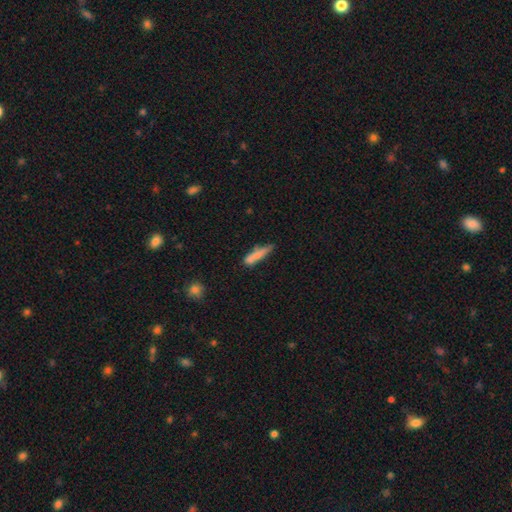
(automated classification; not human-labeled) Smooth or featured?
  - smooth: 70% *
  - featured or disk: 22%
  - star or artifact: 8%
How rounded?
  - cigar-shaped: 81% *
  - in between: 17%
  - round: 2%
Merging?
  - none: 55% *
  - minor disturbance: 26%
  - merger: 12%
  - major disturbance: 8%